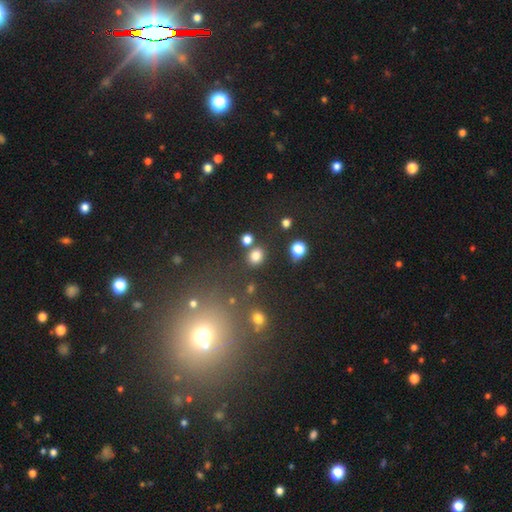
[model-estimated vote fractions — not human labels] Smooth or featured? smooth (79%)
How rounded? round (73%)
Merging? none (77%)